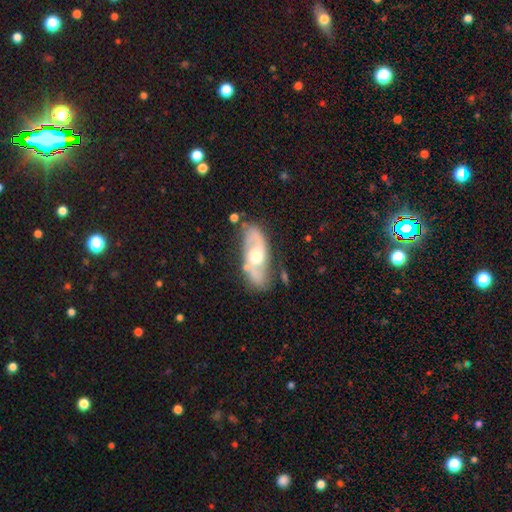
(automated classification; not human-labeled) The model was most divided on "spiral winding": medium: 44%, loose: 30%, tight: 26%. More confident: edge-on disk — no (86%); spiral arm count — 2 (84%); spiral arms — yes (80%); merging — none (77%); smooth or featured — featured or disk (74%); bulge size — moderate (70%); bar — no (65%).